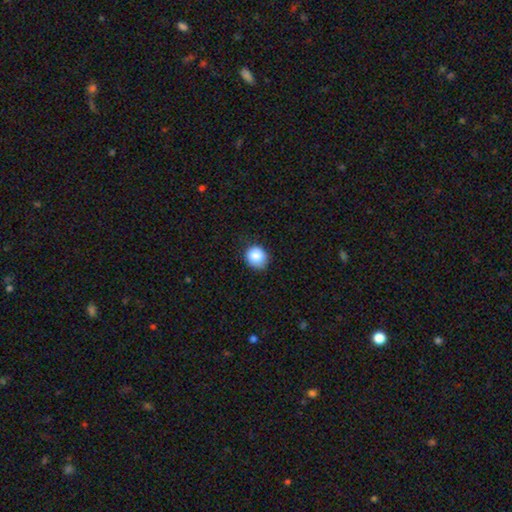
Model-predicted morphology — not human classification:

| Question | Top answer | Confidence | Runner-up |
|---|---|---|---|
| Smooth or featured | smooth | 86% | star or artifact (9%) |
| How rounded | round | 79% | in between (20%) |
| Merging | none | 74% | minor disturbance (21%) |